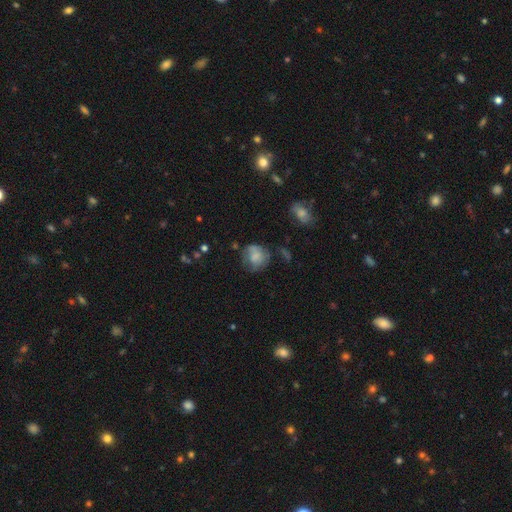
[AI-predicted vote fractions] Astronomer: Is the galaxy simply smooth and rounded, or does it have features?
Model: smooth — 65%.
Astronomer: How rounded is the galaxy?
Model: round — 73%.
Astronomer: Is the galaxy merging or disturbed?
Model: none — 47% (runner-up: minor disturbance, 28%).